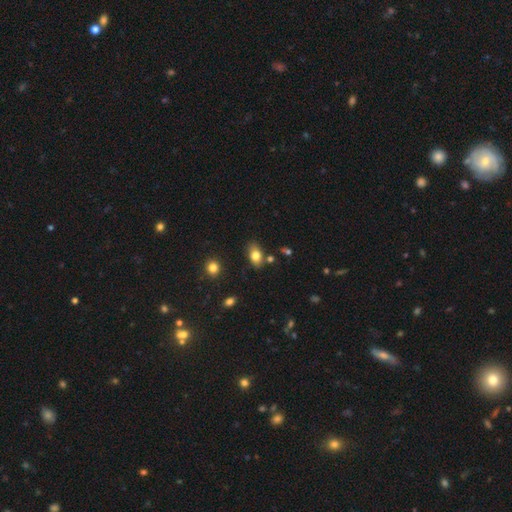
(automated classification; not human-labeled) smooth_or_featured: smooth (p=0.79) [alt: featured or disk p=0.12]
how_rounded: in between (p=0.86) [alt: round p=0.12]
merging: none (p=0.76) [alt: minor disturbance p=0.15]